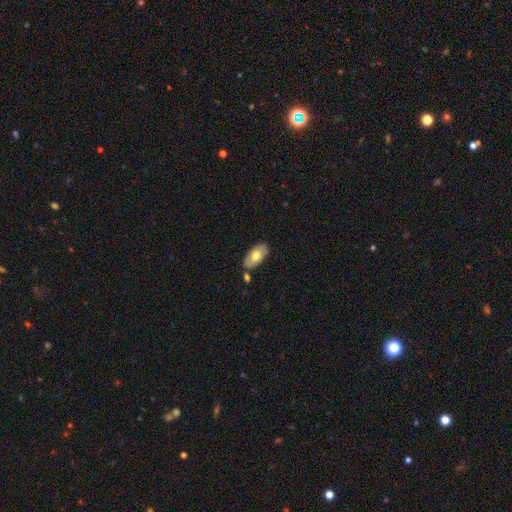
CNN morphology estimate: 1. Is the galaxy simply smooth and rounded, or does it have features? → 64% smooth, 30% featured or disk, 6% star or artifact.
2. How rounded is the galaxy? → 94% in between, 3% cigar-shaped, 3% round.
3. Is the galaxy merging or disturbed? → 76% none, 13% minor disturbance, 8% merger, 3% major disturbance.